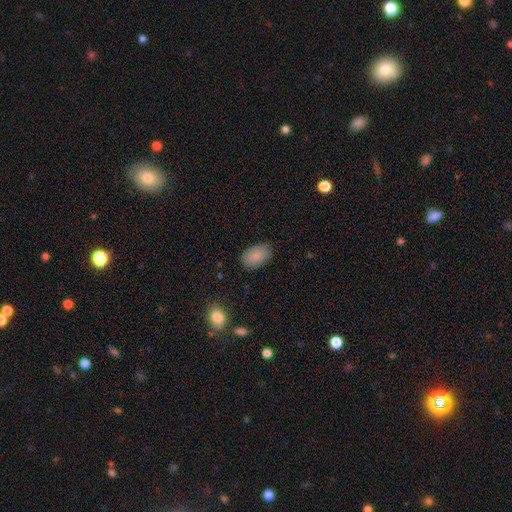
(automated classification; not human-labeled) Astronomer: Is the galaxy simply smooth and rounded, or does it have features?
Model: smooth — 87%.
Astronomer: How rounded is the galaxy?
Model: in between — 93%.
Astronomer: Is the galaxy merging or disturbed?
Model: none — 84%.